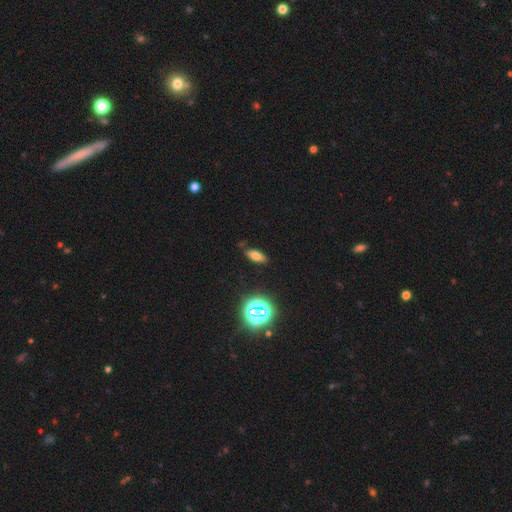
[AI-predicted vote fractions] Morphology: type=smooth (66%); roundness=in between (73%); merging=none (84%).